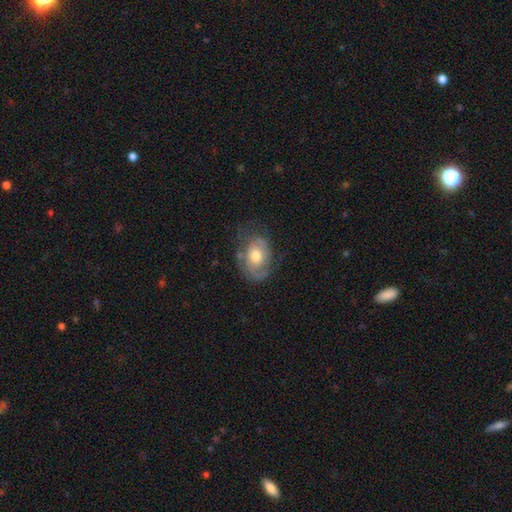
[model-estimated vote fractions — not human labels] Smooth or featured?
  - featured or disk: 58% *
  - smooth: 35%
  - star or artifact: 7%
Edge-on disk?
  - no: 95% *
  - yes: 5%
Bar?
  - no: 77% *
  - weak: 19%
  - strong: 4%
Spiral arms?
  - yes: 72% *
  - no: 28%
Bulge size?
  - moderate: 68% *
  - small: 15%
  - large: 14%
  - dominant: 1%
  - none: 1%
Merging?
  - none: 59% *
  - minor disturbance: 24%
  - major disturbance: 15%
  - merger: 2%